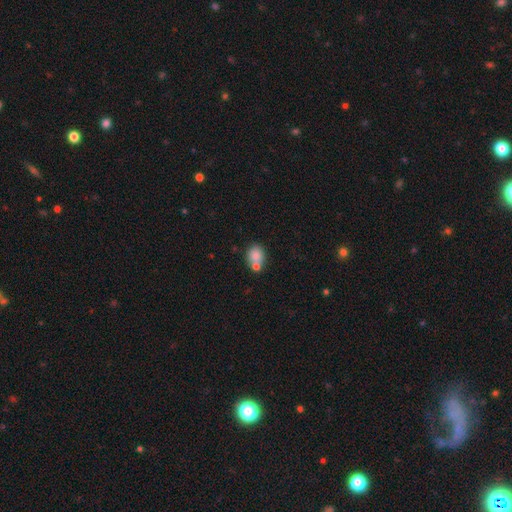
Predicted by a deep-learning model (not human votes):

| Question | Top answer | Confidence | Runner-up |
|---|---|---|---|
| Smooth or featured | smooth | 81% | featured or disk (10%) |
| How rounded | round | 66% | in between (33%) |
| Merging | none | 49% | merger (36%) |